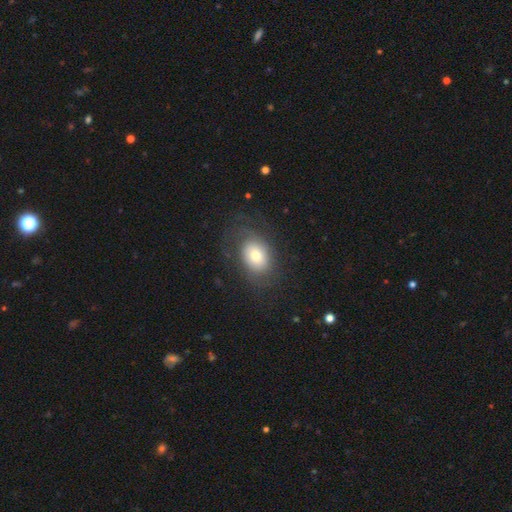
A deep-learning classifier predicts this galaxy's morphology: smooth-or-featured: smooth: 56% | featured or disk: 35% | star or artifact: 9%
  how-rounded: in between: 72% | round: 27% | cigar-shaped: 1%
  merging: none: 66% | minor disturbance: 17% | major disturbance: 16% | merger: 1%